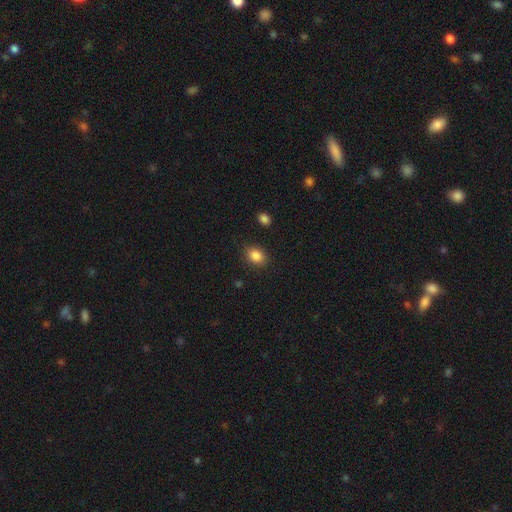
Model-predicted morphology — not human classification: type=smooth (86%); roundness=in between (65%); merging=none (86%).